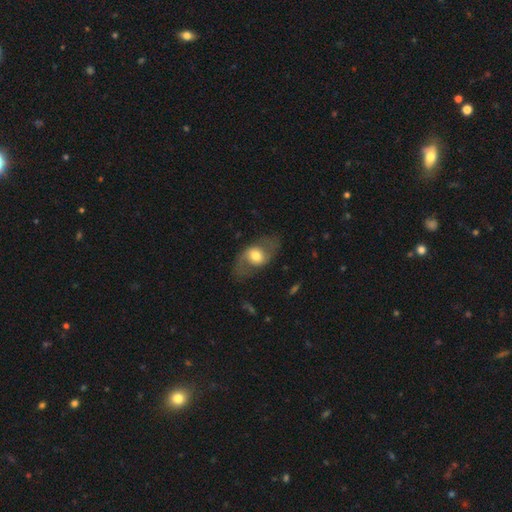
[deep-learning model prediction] This is likely a featured or disk galaxy (60%). It is clearly not viewed edge-on (93%). Bar: possibly no (51%). Spiral arm pattern: likely yes (76%). Central bulge: possibly moderate (60%). Merging: likely none (68%).